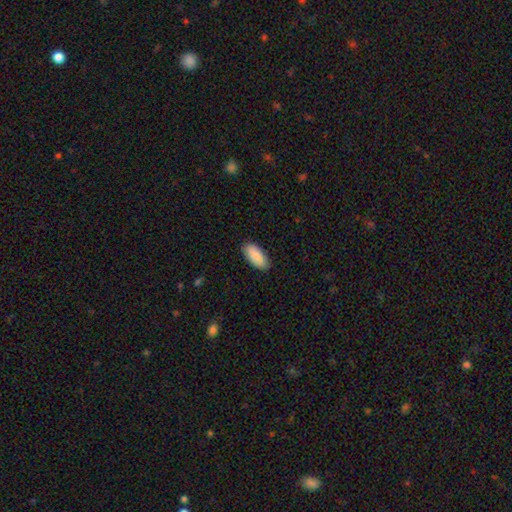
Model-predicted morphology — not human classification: A smooth galaxy with no disk features (85%) that is in between round and cigar-shaped (90%). Merging: none (87%).